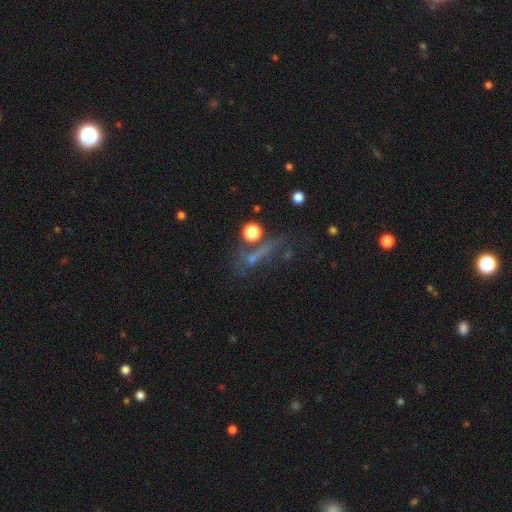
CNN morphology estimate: This appears to be a star or artifact, not a galaxy (37%).